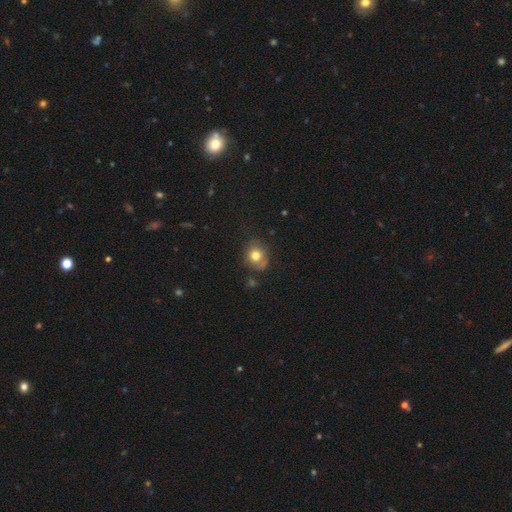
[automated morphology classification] Smooth or featured?
  - smooth: 76% *
  - featured or disk: 14%
  - star or artifact: 10%
How rounded?
  - round: 67% *
  - in between: 32%
  - cigar-shaped: 1%
Merging?
  - none: 65% *
  - minor disturbance: 24%
  - major disturbance: 7%
  - merger: 4%